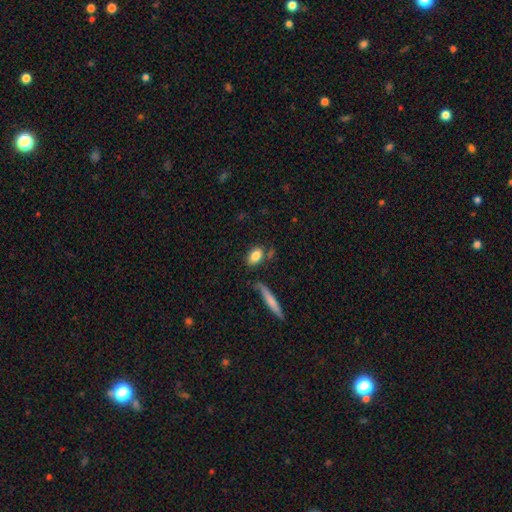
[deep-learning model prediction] This is clearly a smooth galaxy (82%). How rounded: clearly in between (84%). Merging: likely none (72%).